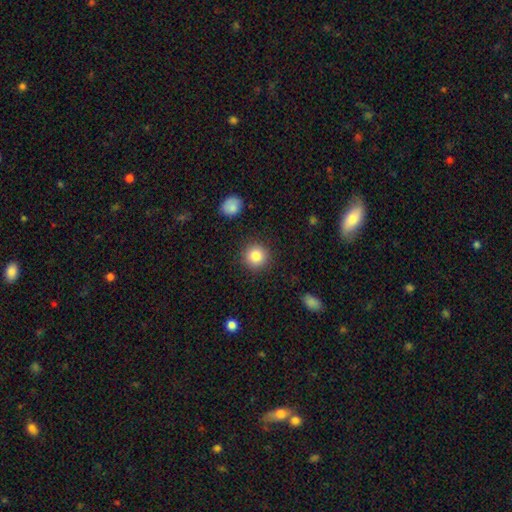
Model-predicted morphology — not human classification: A smooth galaxy with no disk features (85%) that is round (93%). Merging: none (90%).